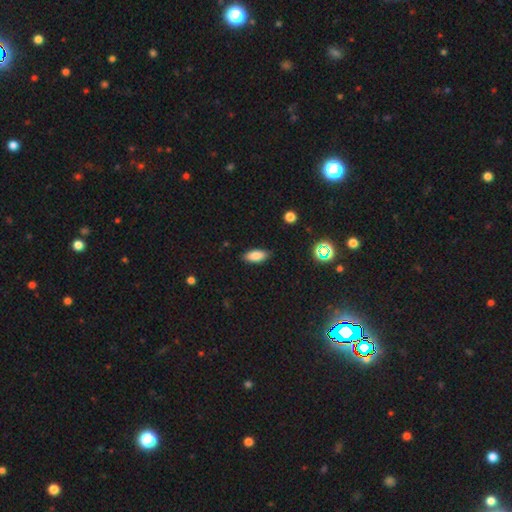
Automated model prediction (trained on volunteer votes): Q: Smooth or featured?
A: smooth (83%); runner-up: star or artifact (9%)
Q: How rounded?
A: in between (86%); runner-up: cigar-shaped (11%)
Q: Merging?
A: none (86%); runner-up: minor disturbance (11%)